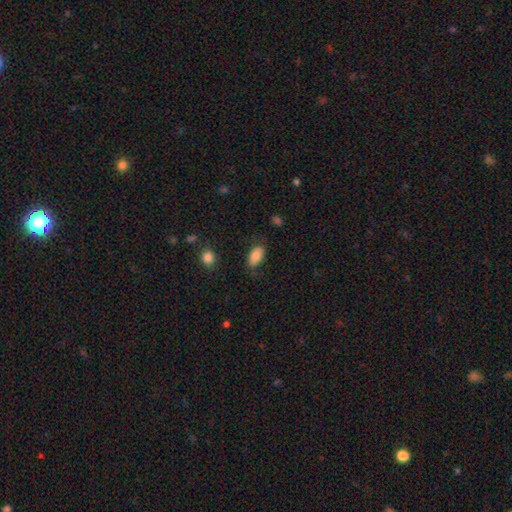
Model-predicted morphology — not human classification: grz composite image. It shows a smooth galaxy with no disk features (82%) that is in between round and cigar-shaped (92%). Merging: none (74%).